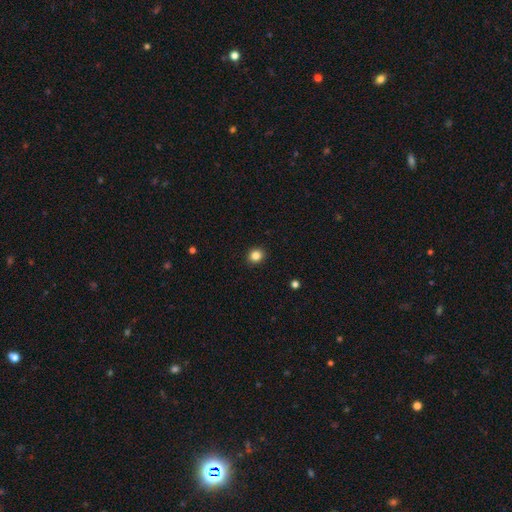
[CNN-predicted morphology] Smooth or featured? Predicted: smooth (p=0.85). How rounded? Predicted: round (p=0.82). Merging? Predicted: none (p=0.92).